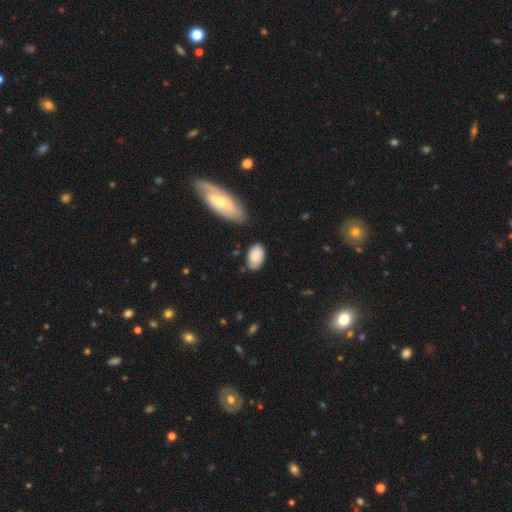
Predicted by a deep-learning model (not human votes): smooth-or-featured: smooth: 85% | featured or disk: 9% | star or artifact: 6%
  how-rounded: in between: 92% | round: 6% | cigar-shaped: 2%
  merging: none: 70% | minor disturbance: 21% | major disturbance: 4% | merger: 4%